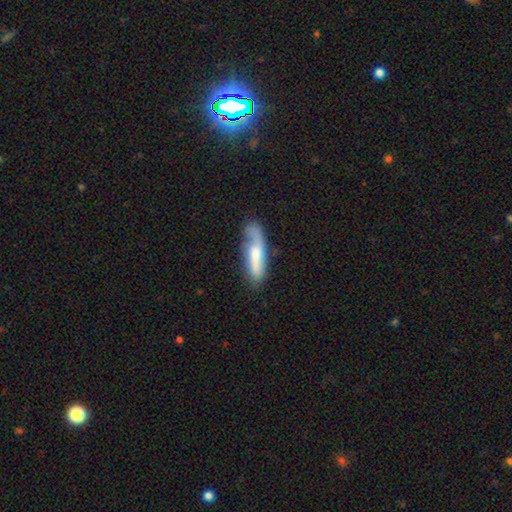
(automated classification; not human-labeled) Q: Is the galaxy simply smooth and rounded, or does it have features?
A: smooth — 54%.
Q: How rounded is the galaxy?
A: cigar-shaped — 56%.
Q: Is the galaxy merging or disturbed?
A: none — 52%.